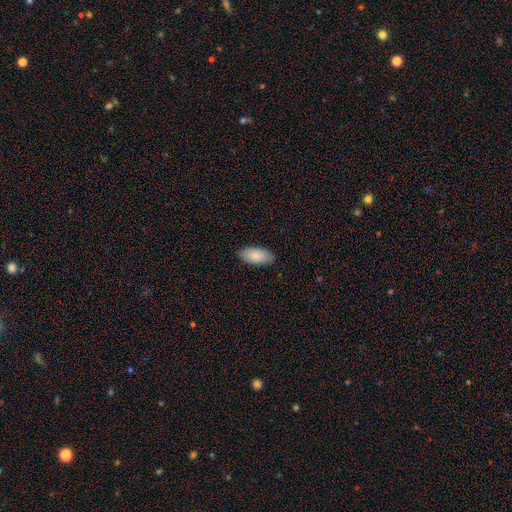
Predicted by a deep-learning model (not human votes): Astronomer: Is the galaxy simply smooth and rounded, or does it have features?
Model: smooth — 88%.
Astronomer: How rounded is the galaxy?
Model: in between — 94%.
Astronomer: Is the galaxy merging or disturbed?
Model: none — 87%.